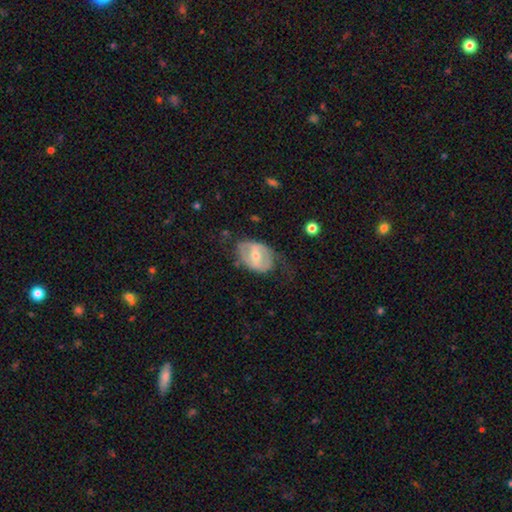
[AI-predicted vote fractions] Smooth or featured: featured or disk — 64% (smooth — 30%)
Edge-on disk: no — 94% (yes — 6%)
Bar: weak — 41% (strong — 38%)
Spiral arms: yes — 50% (tied with no — 50%)
Bulge size: moderate — 57% (small — 40%)
Merging: none — 51% (minor disturbance — 29%)